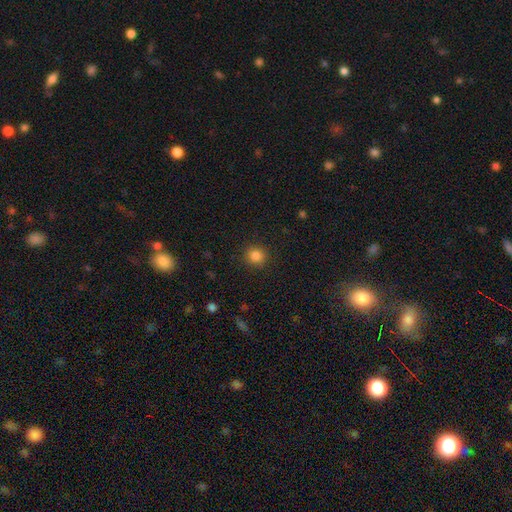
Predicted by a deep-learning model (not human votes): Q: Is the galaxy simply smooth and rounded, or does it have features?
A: smooth — 84%.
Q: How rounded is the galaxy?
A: round — 89%.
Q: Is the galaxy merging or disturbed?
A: none — 91%.